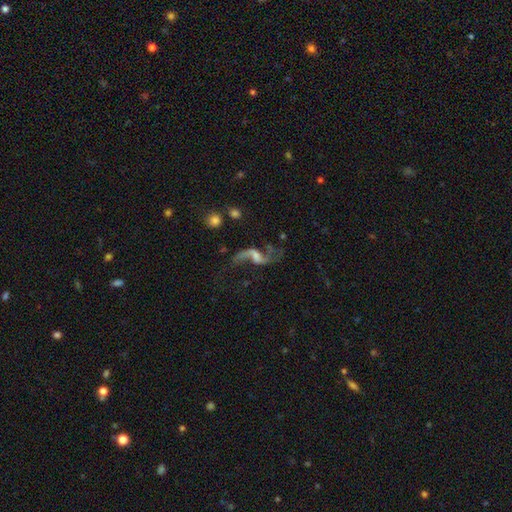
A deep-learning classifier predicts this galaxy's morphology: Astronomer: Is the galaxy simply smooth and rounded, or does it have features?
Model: featured or disk — 84%.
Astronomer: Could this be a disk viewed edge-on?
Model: no — 96%.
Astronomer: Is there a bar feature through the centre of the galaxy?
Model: weak — 46% (runner-up: no, 36%).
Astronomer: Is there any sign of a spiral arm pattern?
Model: yes — 93%.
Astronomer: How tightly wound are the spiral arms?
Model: loose — 91%.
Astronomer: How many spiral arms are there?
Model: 2 — 90%.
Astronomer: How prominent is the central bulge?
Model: small — 35% (runner-up: moderate, 29%).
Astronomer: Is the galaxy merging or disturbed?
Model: none — 54%.